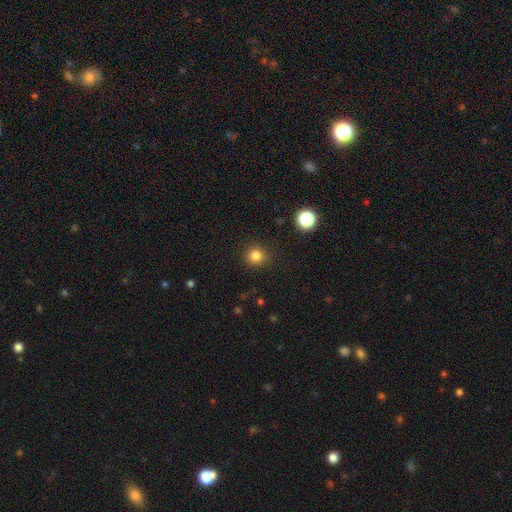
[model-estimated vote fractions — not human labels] The model was most divided on "smooth or featured": smooth: 83%, star or artifact: 13%, featured or disk: 4%. More confident: how rounded — round (91%); merging — none (90%).